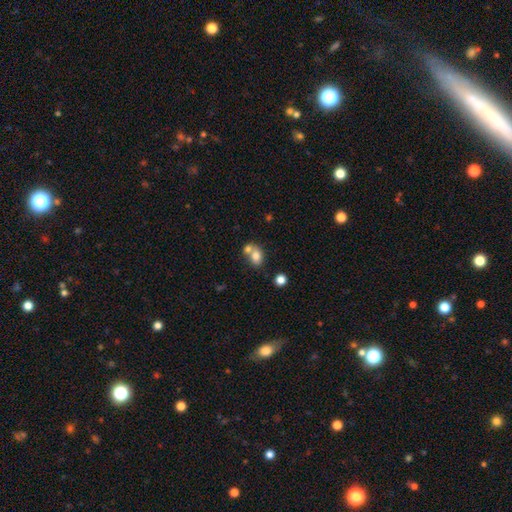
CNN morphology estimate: Smooth or featured? smooth (77%)
How rounded? in between (61%)
Merging? merger (51%)